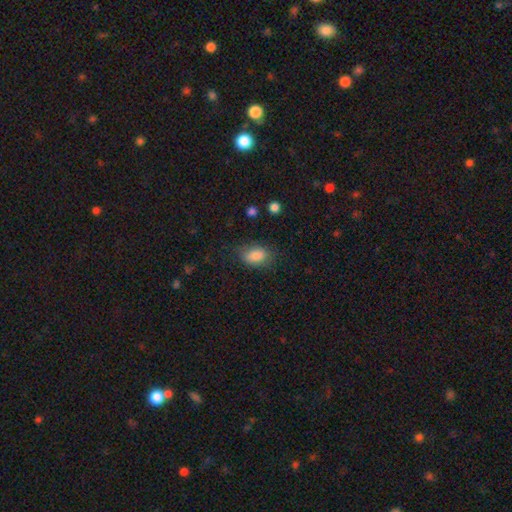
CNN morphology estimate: This appears to be a smooth galaxy with no disk features (85%) that is in between round and cigar-shaped (86%). Merging: none (72%).